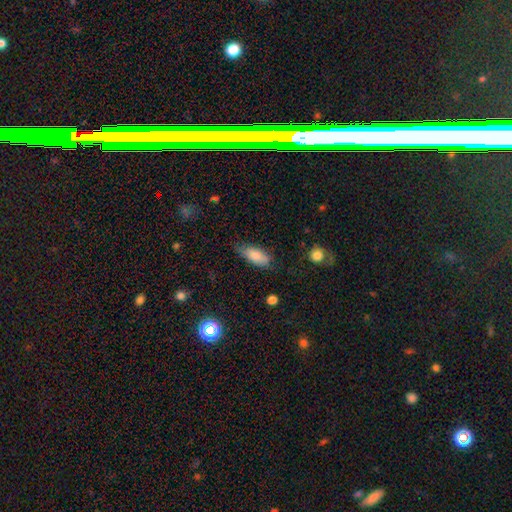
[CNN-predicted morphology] Smooth or featured?
  - smooth: 82% *
  - featured or disk: 11%
  - star or artifact: 7%
How rounded?
  - in between: 81% *
  - cigar-shaped: 17%
  - round: 2%
Merging?
  - none: 66% *
  - minor disturbance: 26%
  - major disturbance: 6%
  - merger: 2%